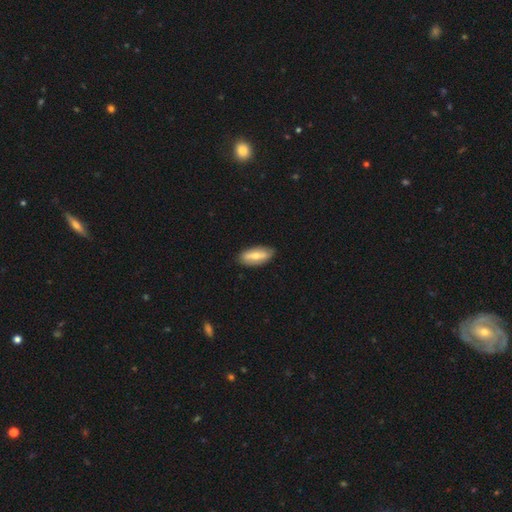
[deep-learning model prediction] smooth-or-featured: smooth: 50% | featured or disk: 44% | star or artifact: 6%
  how-rounded: in between: 83% | cigar-shaped: 14% | round: 3%
  merging: none: 83% | minor disturbance: 14% | major disturbance: 2% | merger: 1%